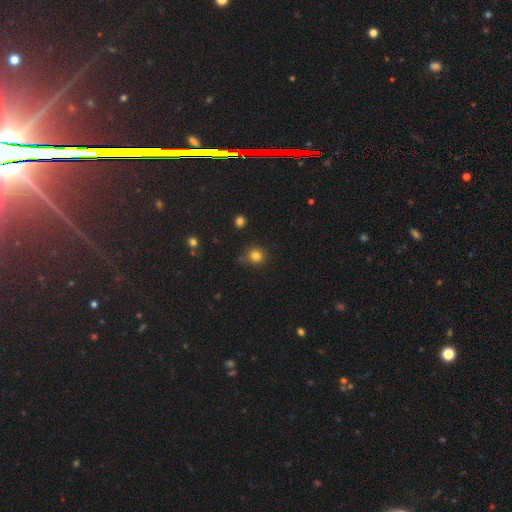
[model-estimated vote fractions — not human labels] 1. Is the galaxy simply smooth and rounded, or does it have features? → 82% smooth, 13% star or artifact, 5% featured or disk.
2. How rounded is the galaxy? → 90% round, 9% in between, 1% cigar-shaped.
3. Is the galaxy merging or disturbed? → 78% none, 12% minor disturbance, 7% merger, 3% major disturbance.